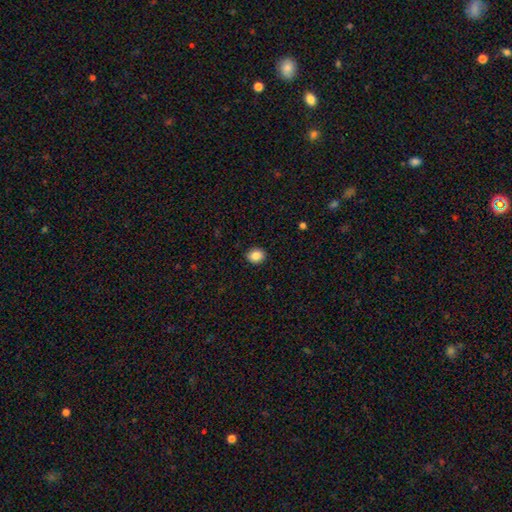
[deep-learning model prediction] A smooth galaxy with no disk features (87%) that is round (65%).

Vote fractions:
- Smooth or featured? smooth: 87% / star or artifact: 9% / featured or disk: 4%
- How rounded? round: 65% / in between: 34% / cigar-shaped: 1%
- Merging? none: 91% / minor disturbance: 7% / major disturbance: 2% / merger: 1%